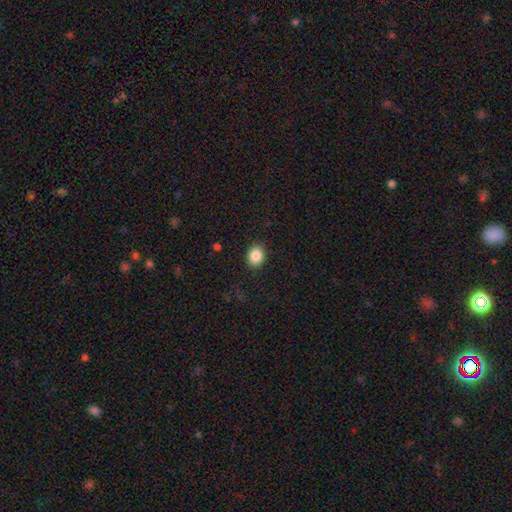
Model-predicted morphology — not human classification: A smooth galaxy with no disk features (87%) that is round (51%). Merging: none (89%).